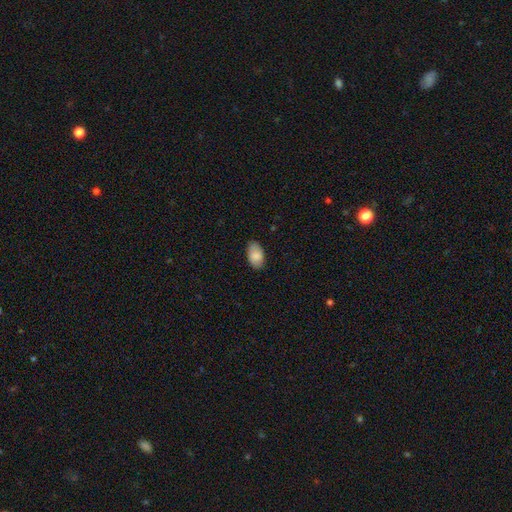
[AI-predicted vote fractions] Smooth or featured?
  - smooth: 84% *
  - featured or disk: 10%
  - star or artifact: 7%
How rounded?
  - in between: 94% *
  - round: 5%
  - cigar-shaped: 1%
Merging?
  - none: 82% *
  - minor disturbance: 14%
  - major disturbance: 3%
  - merger: 1%